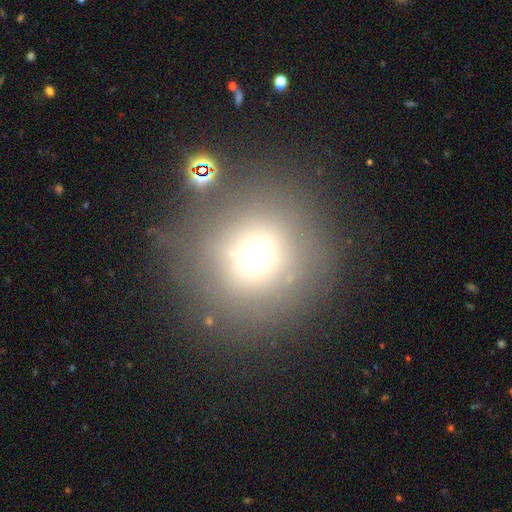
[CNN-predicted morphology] smooth_or_featured: smooth (p=0.67) [alt: star or artifact p=0.20]
how_rounded: round (p=0.92) [alt: in between p=0.07]
merging: none (p=0.74) [alt: minor disturbance p=0.11]